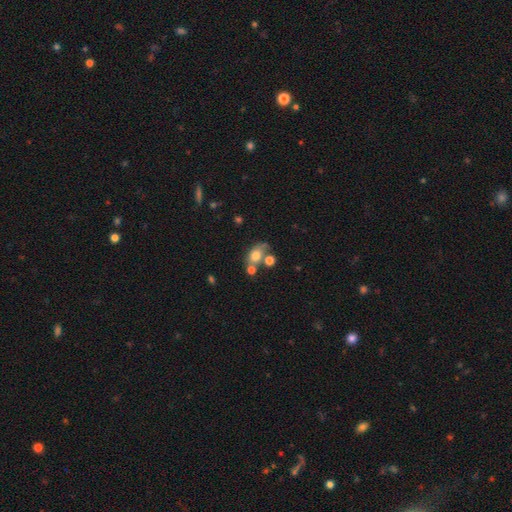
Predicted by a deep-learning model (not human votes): smooth 69%, featured or disk 19%, star or artifact 12%. Down the decision tree: how rounded — in between (66%); merging — none (38%).